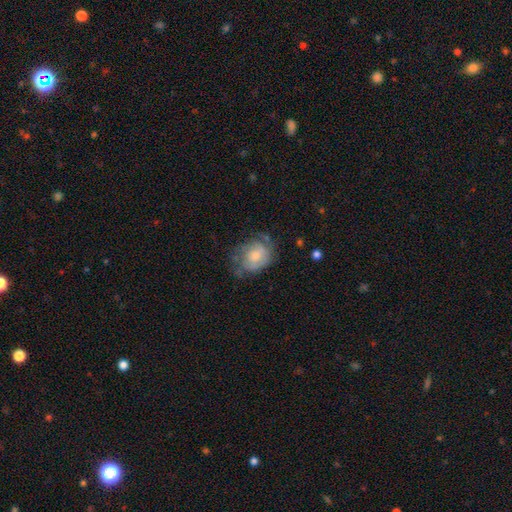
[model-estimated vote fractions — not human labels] The model was most divided on "how rounded": in between: 56%, round: 43%, cigar-shaped: 1%. Remaining: smooth or featured — smooth (54%); merging — none (48%).